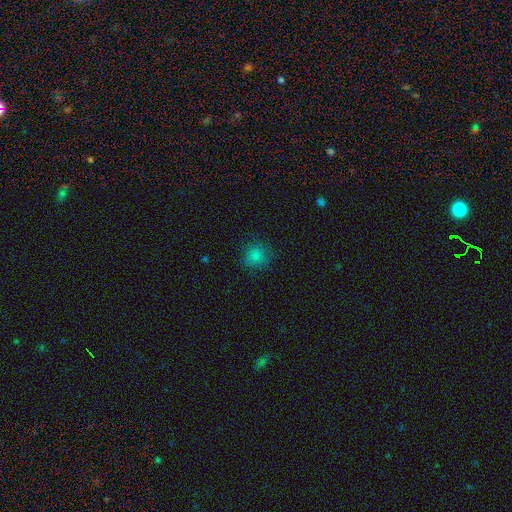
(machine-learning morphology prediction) Overall: smooth (82%). How rounded: round (89%). Merging: none (82%).